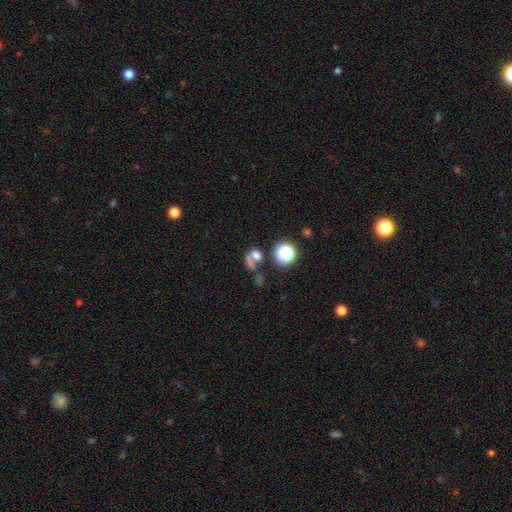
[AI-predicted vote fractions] Smooth or featured: smooth — 56% (star or artifact — 27%)
How rounded: round — 59% (in between — 38%)
Merging: merger — 41% (none — 32%)